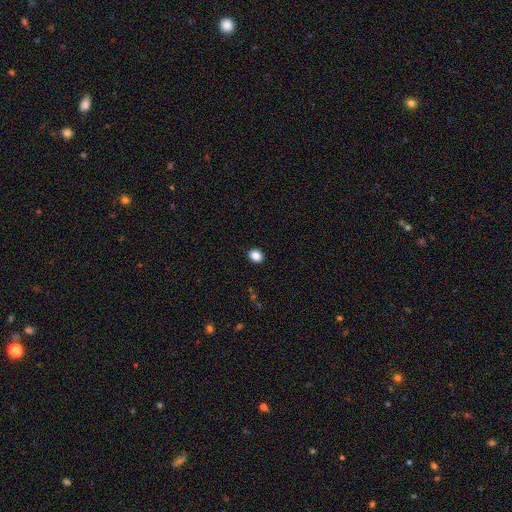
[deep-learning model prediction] A smooth galaxy with no disk features (87%) that is round (54%).

Vote fractions:
- Smooth or featured? smooth: 87% / star or artifact: 9% / featured or disk: 3%
- How rounded? round: 54% / in between: 45% / cigar-shaped: 1%
- Merging? none: 91% / minor disturbance: 6% / major disturbance: 2% / merger: 1%